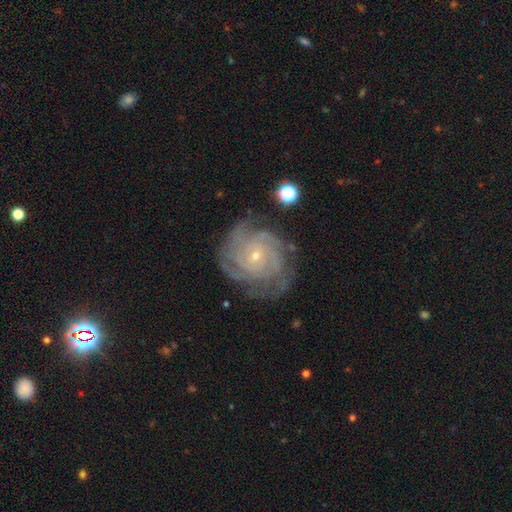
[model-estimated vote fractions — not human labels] Overall: featured or disk (88%). Edge-on disk: no (98%). Bar: no (74%). Spiral arms: yes (97%). Spiral arm count: 4 (27%; can't tell 24%). Spiral winding: tight (73%). Bulge size: small (81%). Merging: none (73%).